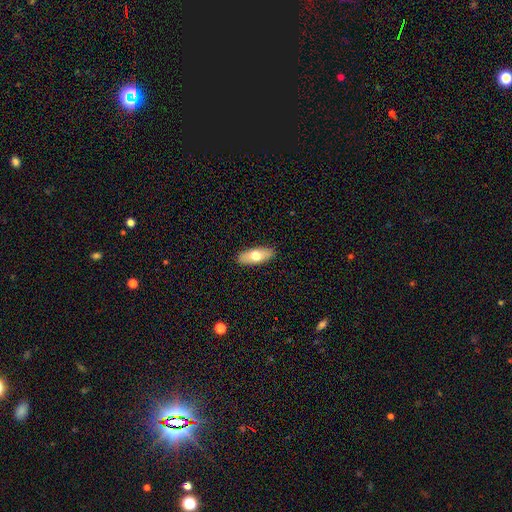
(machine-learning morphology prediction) smooth-or-featured: smooth: 67% | featured or disk: 27% | star or artifact: 6%
  how-rounded: in between: 80% | cigar-shaped: 17% | round: 3%
  merging: none: 89% | minor disturbance: 8% | major disturbance: 2% | merger: 1%